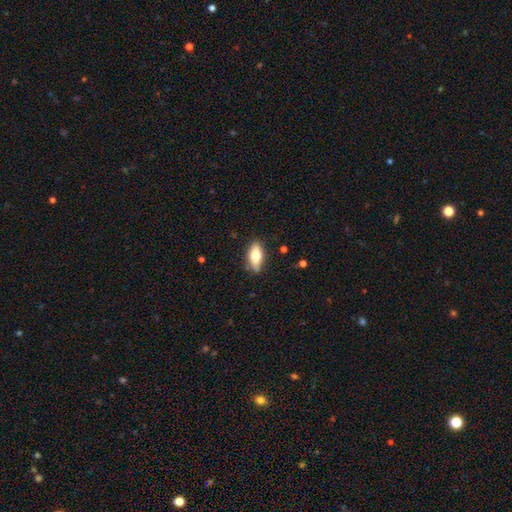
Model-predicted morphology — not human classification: A smooth galaxy with no disk features (75%) that is in between round and cigar-shaped (85%).

Vote fractions:
- Smooth or featured? smooth: 75% / featured or disk: 18% / star or artifact: 7%
- How rounded? in between: 85% / cigar-shaped: 12% / round: 3%
- Merging? none: 80% / minor disturbance: 15% / major disturbance: 3% / merger: 2%